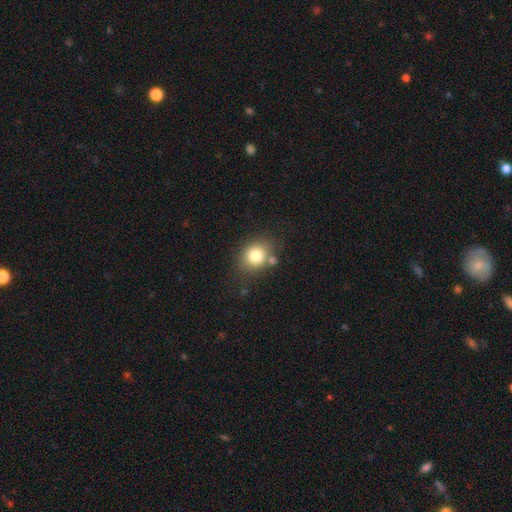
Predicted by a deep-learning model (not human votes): Smooth or featured: smooth — 79% (star or artifact — 11%)
How rounded: round — 61% (in between — 39%)
Merging: none — 70% (minor disturbance — 14%)